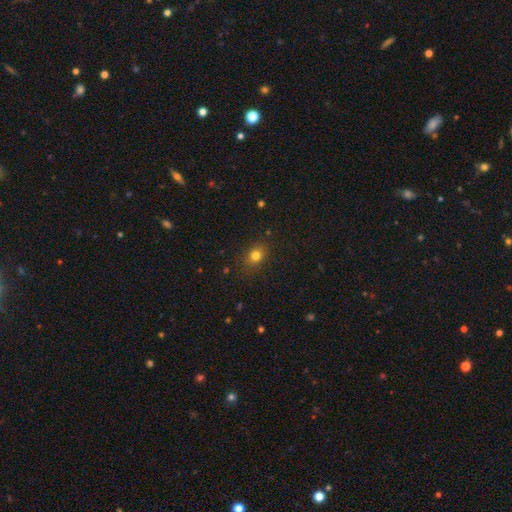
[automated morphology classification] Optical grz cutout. It shows a smooth galaxy with no disk features (77%) that is round (53%). Merging: none (85%).